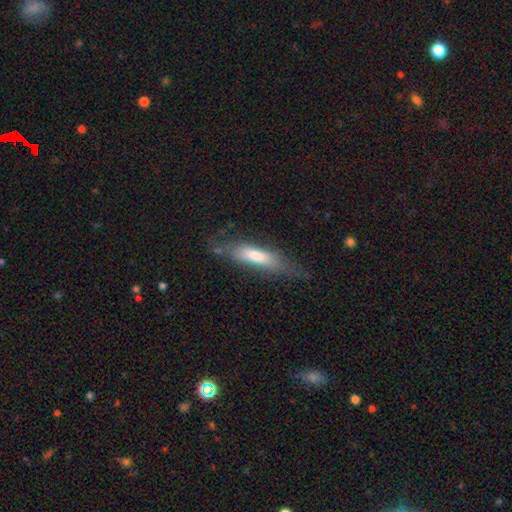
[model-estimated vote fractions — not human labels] The model was most divided on "smooth or featured": smooth: 55%, featured or disk: 38%, star or artifact: 8%. More confident: how rounded — cigar-shaped (72%); merging — none (63%).